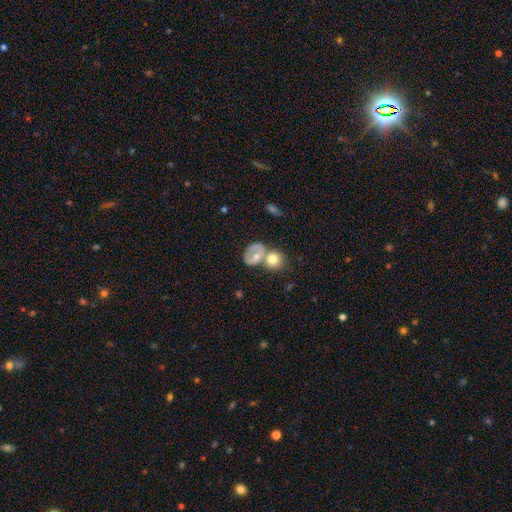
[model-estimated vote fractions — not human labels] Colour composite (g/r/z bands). It shows a smooth galaxy with no disk features (56%) that is in between round and cigar-shaped (54%). Merging: merger (51%).